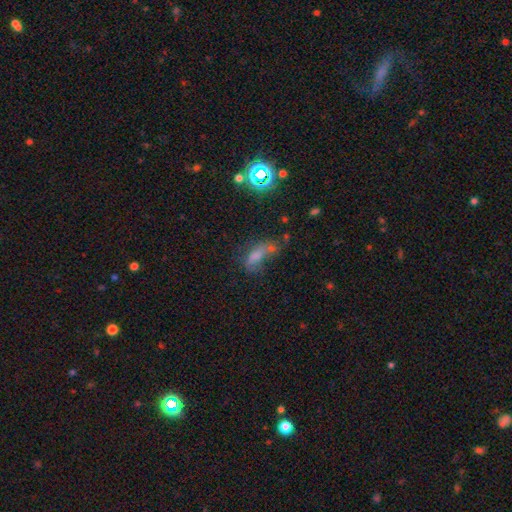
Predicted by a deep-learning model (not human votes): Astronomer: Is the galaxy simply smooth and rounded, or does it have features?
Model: smooth — 50% (runner-up: star or artifact, 27%).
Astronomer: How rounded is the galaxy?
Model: in between — 65%.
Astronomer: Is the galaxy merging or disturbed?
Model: none — 31% (runner-up: major disturbance, 29%).